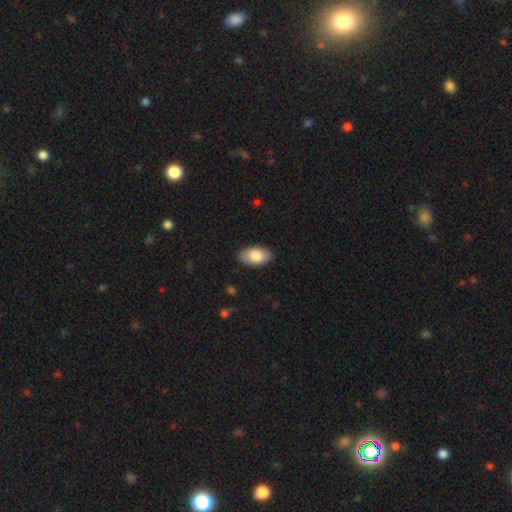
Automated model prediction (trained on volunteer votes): Overall: smooth (81%). How rounded: in between (95%). Merging: none (87%).